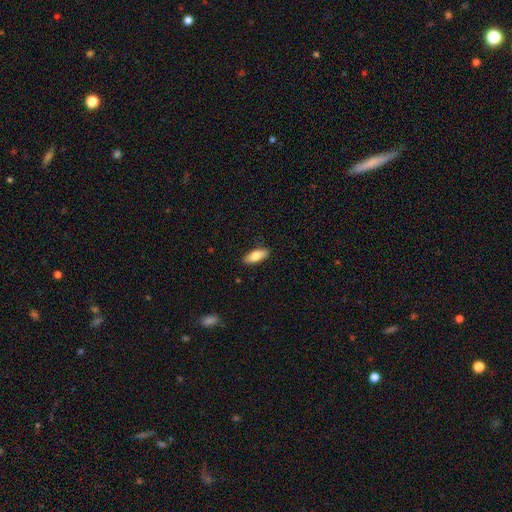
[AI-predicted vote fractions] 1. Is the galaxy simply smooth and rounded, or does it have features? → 79% smooth, 15% featured or disk, 6% star or artifact.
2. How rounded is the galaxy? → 75% in between, 22% cigar-shaped, 2% round.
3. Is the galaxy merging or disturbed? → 88% none, 9% minor disturbance, 2% major disturbance, 1% merger.